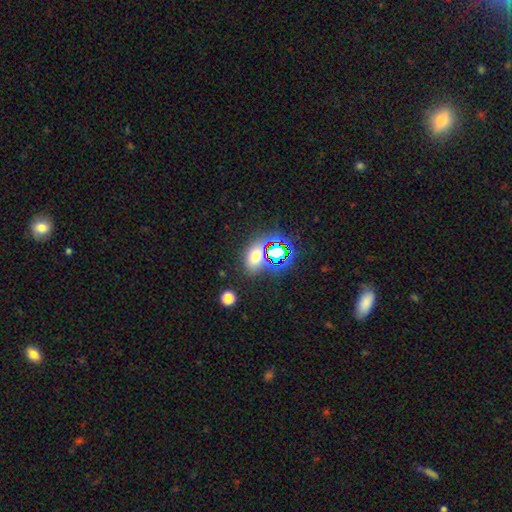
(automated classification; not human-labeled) Q: Smooth or featured?
A: smooth (58%); runner-up: star or artifact (31%)
Q: How rounded?
A: in between (73%); runner-up: round (25%)
Q: Merging?
A: none (72%); runner-up: minor disturbance (12%)